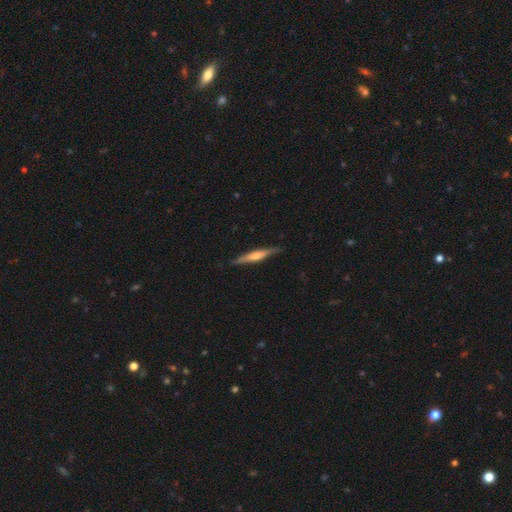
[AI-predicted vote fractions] featured or disk 64%, smooth 30%, star or artifact 5%. Down the decision tree: edge-on disk — yes (97%); edge-on bulge — rounded (69%); merging — none (87%).